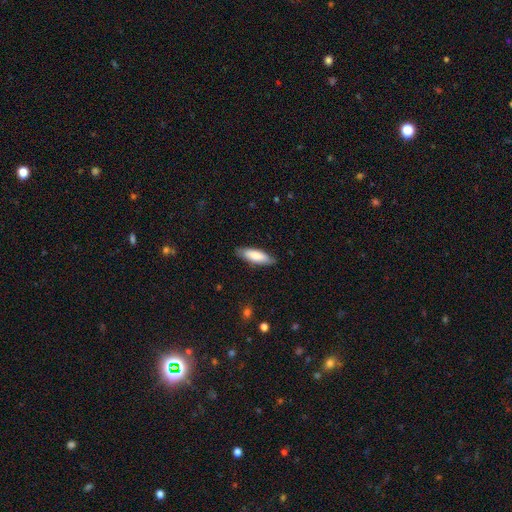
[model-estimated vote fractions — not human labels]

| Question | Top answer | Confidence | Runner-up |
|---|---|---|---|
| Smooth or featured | smooth | 76% | featured or disk (18%) |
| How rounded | in between | 57% | cigar-shaped (42%) |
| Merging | none | 84% | minor disturbance (13%) |